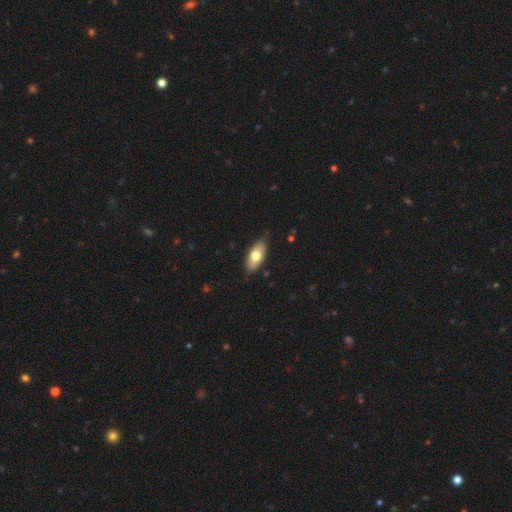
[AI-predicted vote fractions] smooth 73%, featured or disk 21%, star or artifact 6%. Down the decision tree: how rounded — in between (89%); merging — none (84%).